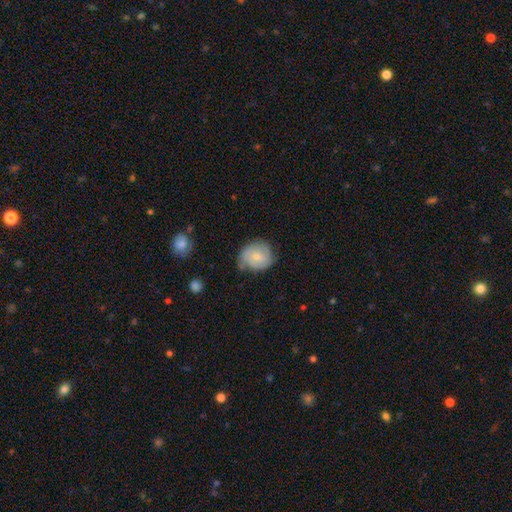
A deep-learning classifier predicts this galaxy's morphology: Smooth or featured? Predicted: featured or disk (p=0.47). Merging? Predicted: none (p=0.62).